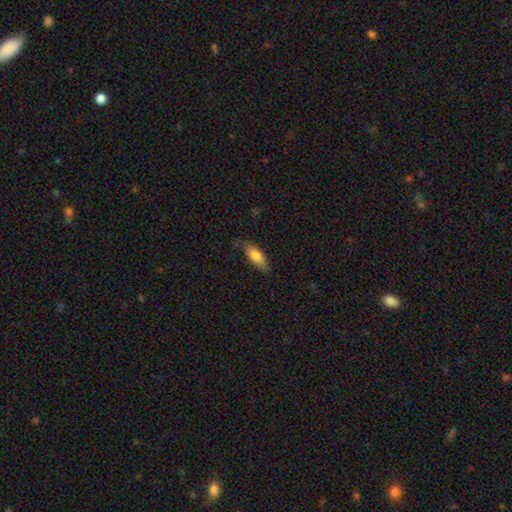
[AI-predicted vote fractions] The model was most divided on "how rounded": in between: 70%, cigar-shaped: 29%, round: 2%. More confident: smooth or featured — smooth (78%); merging — none (74%).